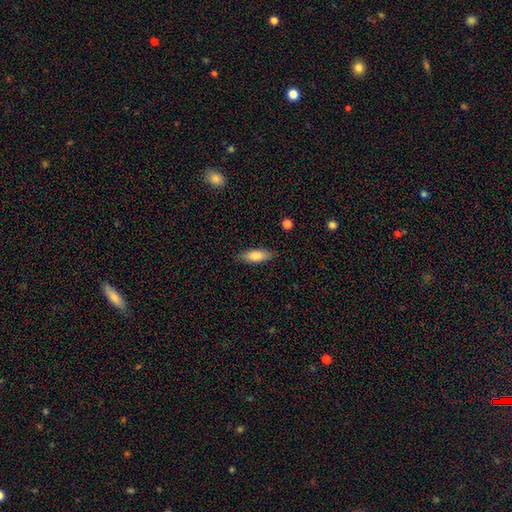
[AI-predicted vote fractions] Smooth or featured? smooth (79%)
How rounded? in between (60%)
Merging? none (84%)